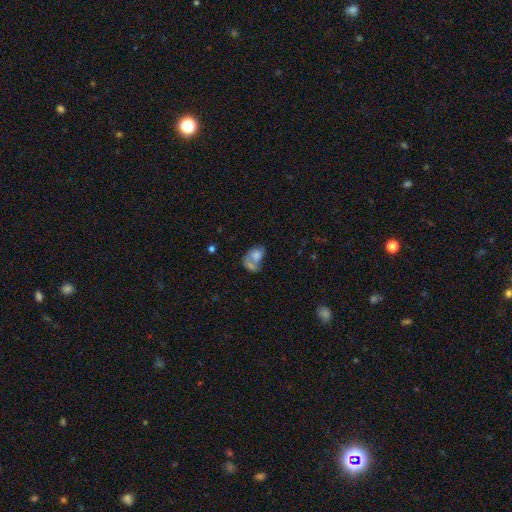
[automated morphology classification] smooth_or_featured: smooth (p=0.65) [alt: featured or disk p=0.26]
how_rounded: in between (p=0.78) [alt: round p=0.20]
merging: merger (p=0.58) [alt: none p=0.18]